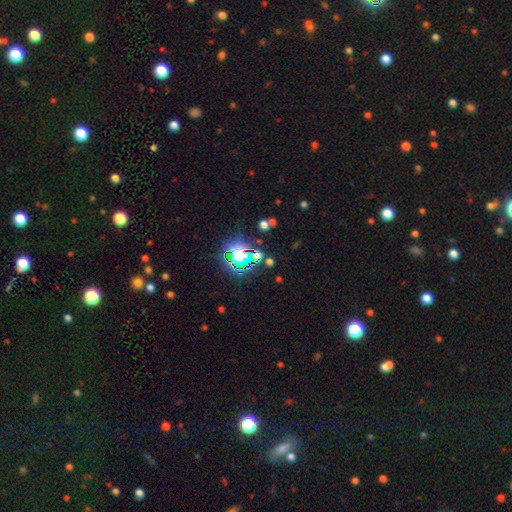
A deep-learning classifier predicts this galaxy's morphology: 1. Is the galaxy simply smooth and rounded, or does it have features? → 61% star or artifact, 28% smooth, 11% featured or disk.